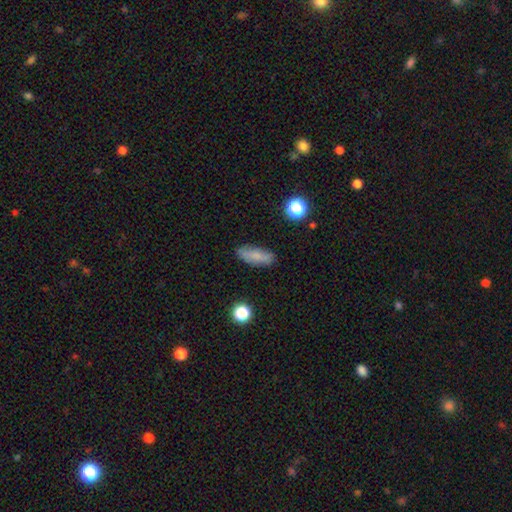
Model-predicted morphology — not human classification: Smooth or featured: smooth — 76% (featured or disk — 15%)
How rounded: in between — 64% (cigar-shaped — 32%)
Merging: none — 82% (minor disturbance — 13%)